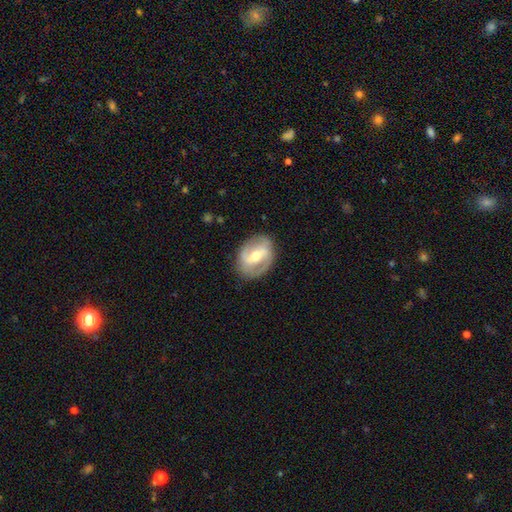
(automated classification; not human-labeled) Smooth or featured?
  - featured or disk: 78% *
  - smooth: 17%
  - star or artifact: 5%
Edge-on disk?
  - no: 96% *
  - yes: 4%
Bar?
  - strong: 43% *
  - weak: 41%
  - no: 16%
Spiral arms?
  - yes: 84% *
  - no: 16%
Spiral winding?
  - medium: 47% *
  - tight: 27%
  - loose: 26%
Spiral arm count?
  - 2: 85% *
  - can't tell: 8%
  - 1: 3%
  - 3: 2%
  - 4: 1%
  - more than 4: 1%
Bulge size?
  - moderate: 65% *
  - small: 27%
  - large: 6%
  - none: 1%
  - dominant: 1%
Merging?
  - none: 80% *
  - minor disturbance: 14%
  - major disturbance: 5%
  - merger: 1%